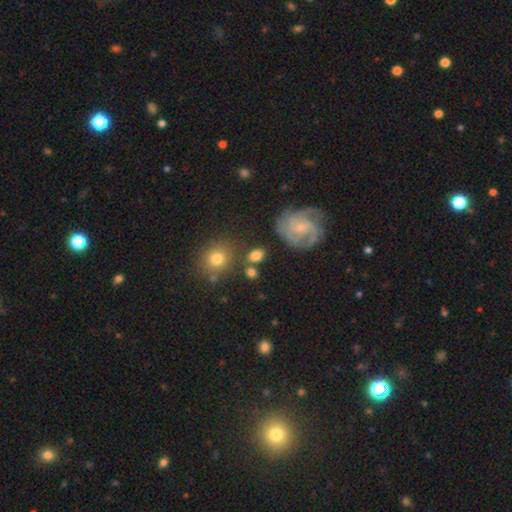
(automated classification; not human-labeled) Smooth or featured? Predicted: smooth (p=0.71). How rounded? Predicted: in between (p=0.58). Merging? Predicted: none (p=0.71).